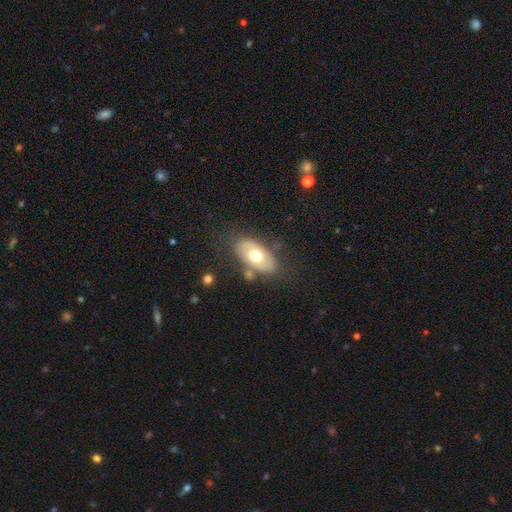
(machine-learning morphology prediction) The model was most divided on "smooth or featured": smooth: 58%, featured or disk: 35%, star or artifact: 7%. More confident: how rounded — in between (91%); merging — none (72%).